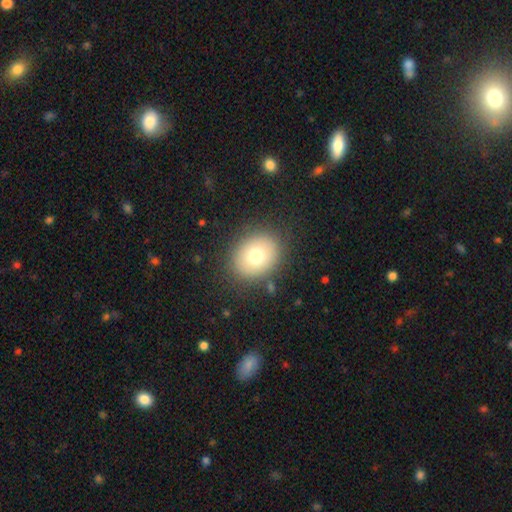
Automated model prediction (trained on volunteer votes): Smooth or featured?
  - smooth: 73% *
  - featured or disk: 15%
  - star or artifact: 12%
How rounded?
  - round: 54% *
  - in between: 45%
  - cigar-shaped: 1%
Merging?
  - none: 85% *
  - minor disturbance: 9%
  - major disturbance: 4%
  - merger: 2%